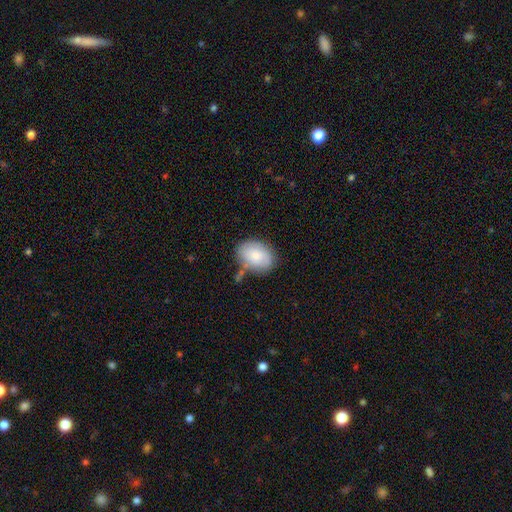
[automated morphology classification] A smooth galaxy with no disk features (79%) that is in between round and cigar-shaped (78%).

Vote fractions:
- Smooth or featured? smooth: 79% / featured or disk: 15% / star or artifact: 6%
- How rounded? in between: 78% / round: 21% / cigar-shaped: 1%
- Merging? none: 67% / minor disturbance: 21% / merger: 7% / major disturbance: 6%